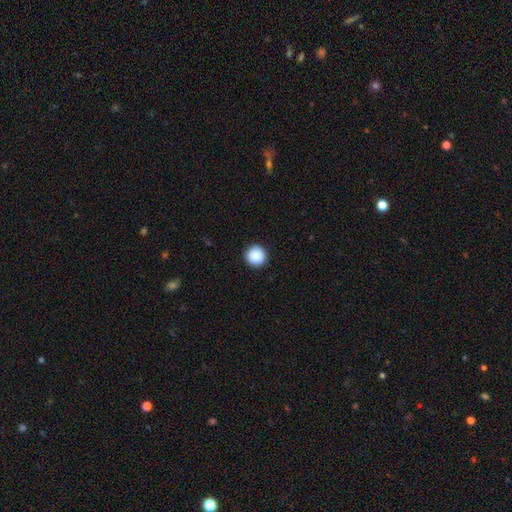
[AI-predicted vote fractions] smooth 90%, star or artifact 8%, featured or disk 2%. Down the decision tree: how rounded — round (96%); merging — none (93%).